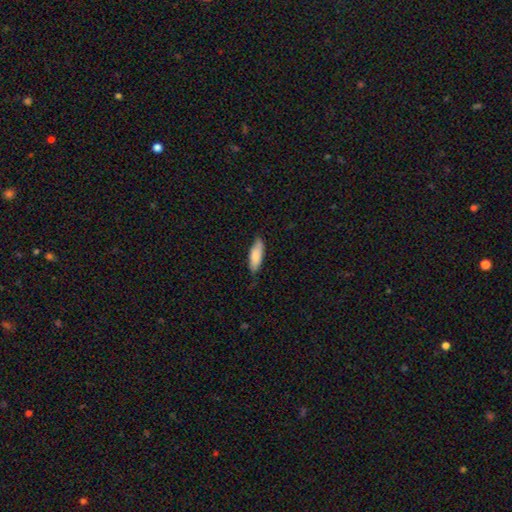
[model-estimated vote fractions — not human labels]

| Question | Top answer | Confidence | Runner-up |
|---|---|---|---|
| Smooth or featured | smooth | 83% | featured or disk (12%) |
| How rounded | in between | 61% | cigar-shaped (37%) |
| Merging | none | 72% | minor disturbance (24%) |